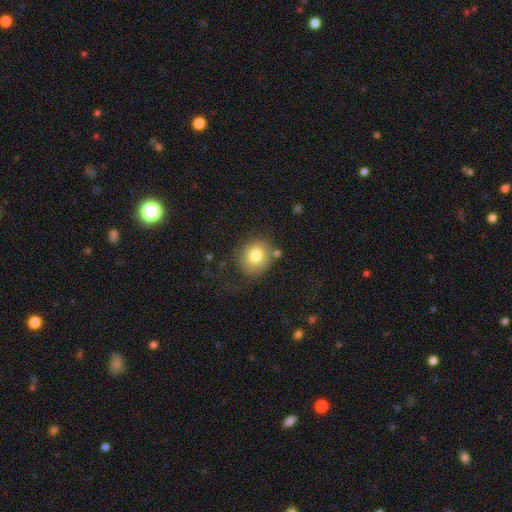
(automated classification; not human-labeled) Smooth or featured? smooth (78%)
How rounded? round (75%)
Merging? none (66%)